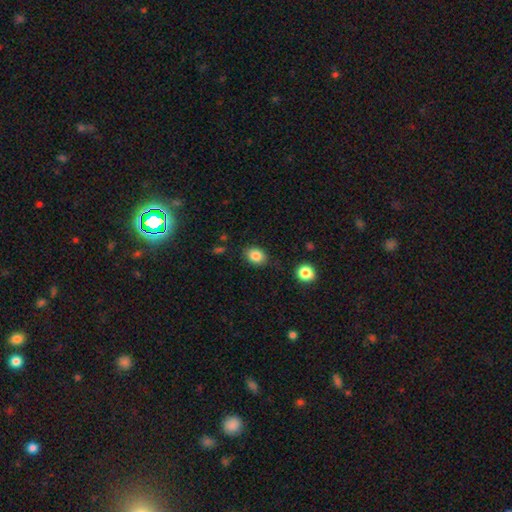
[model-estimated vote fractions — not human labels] This appears to be a smooth galaxy with no disk features (85%) that is in between round and cigar-shaped (61%). Merging: none (83%).